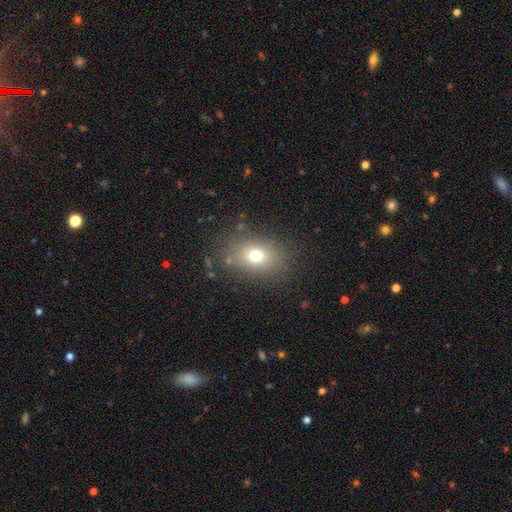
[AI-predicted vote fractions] A smooth galaxy with no disk features (70%) that is in between round and cigar-shaped (62%). Merging: none (82%).